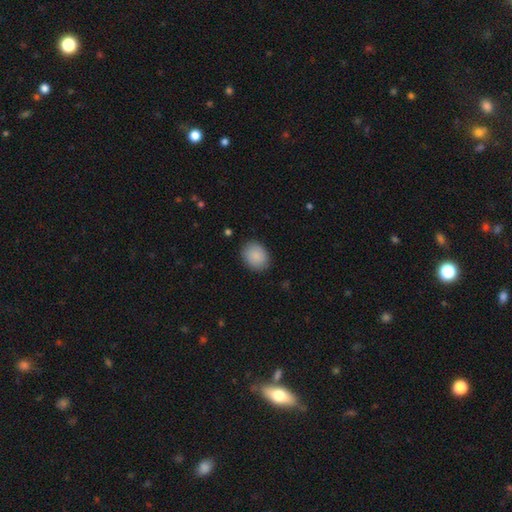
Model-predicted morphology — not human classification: smooth 89%, star or artifact 7%, featured or disk 4%. Down the decision tree: how rounded — in between (54%); merging — none (87%).